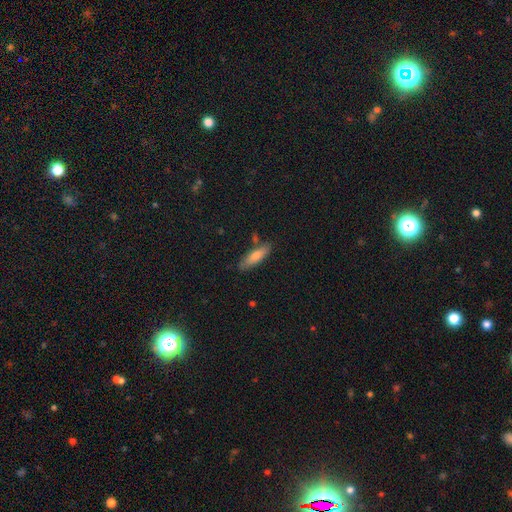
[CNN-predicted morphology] A smooth galaxy with no disk features (72%) that is cigar-shaped (61%).

Vote fractions:
- Smooth or featured? smooth: 72% / featured or disk: 22% / star or artifact: 7%
- How rounded? cigar-shaped: 61% / in between: 37% / round: 2%
- Merging? none: 81% / minor disturbance: 13% / merger: 4% / major disturbance: 2%